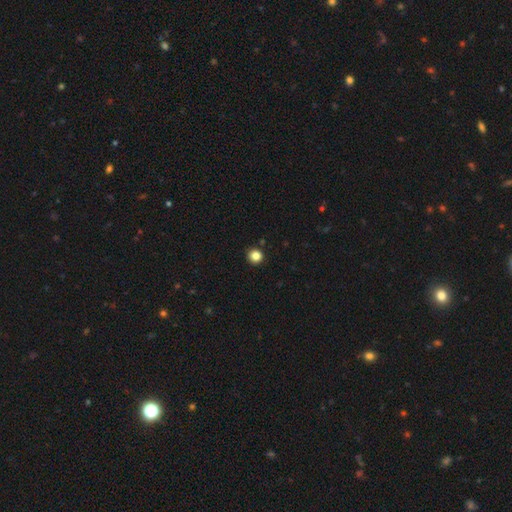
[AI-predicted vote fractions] Smooth or featured: smooth — 85% (star or artifact — 12%)
How rounded: round — 95% (in between — 5%)
Merging: none — 92% (minor disturbance — 5%)